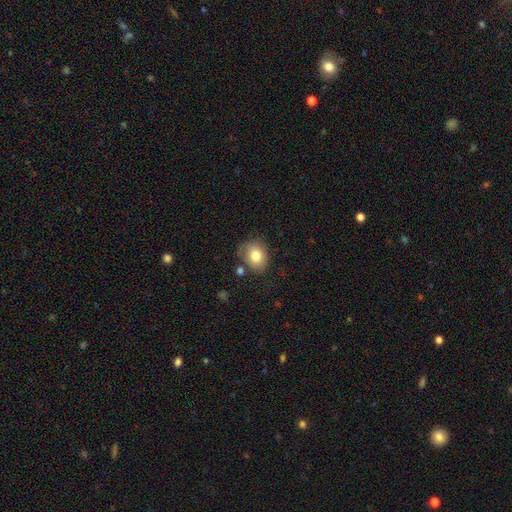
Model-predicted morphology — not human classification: Smooth or featured?
  - smooth: 80% *
  - featured or disk: 11%
  - star or artifact: 9%
How rounded?
  - in between: 54% *
  - round: 46%
  - cigar-shaped: 1%
Merging?
  - none: 69% *
  - minor disturbance: 20%
  - major disturbance: 6%
  - merger: 5%